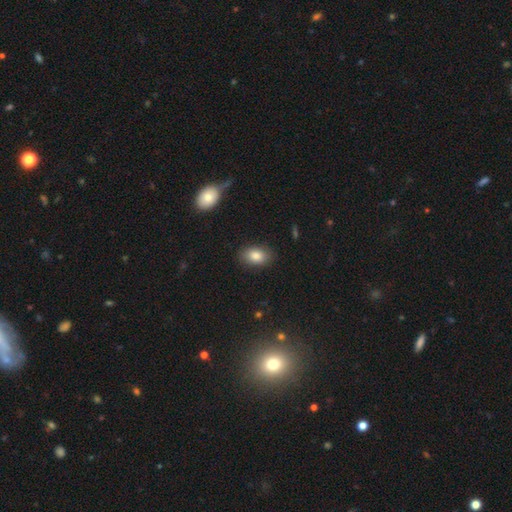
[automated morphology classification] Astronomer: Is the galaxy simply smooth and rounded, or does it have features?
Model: smooth — 83%.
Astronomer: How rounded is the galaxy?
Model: in between — 86%.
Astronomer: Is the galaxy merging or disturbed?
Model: none — 85%.